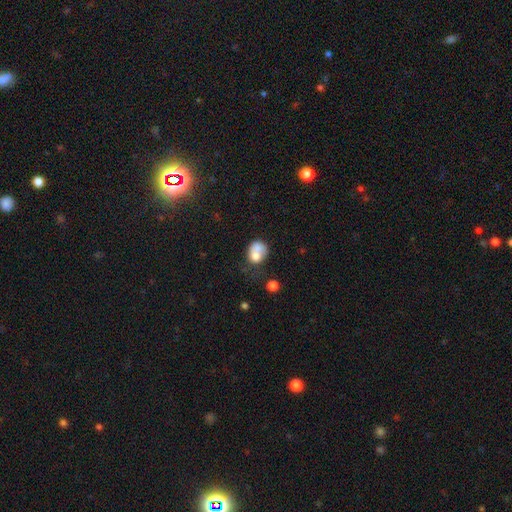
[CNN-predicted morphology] Q: Smooth or featured?
A: smooth (70%); runner-up: featured or disk (20%)
Q: How rounded?
A: round (53%); runner-up: in between (46%)
Q: Merging?
A: merger (45%); runner-up: none (27%)